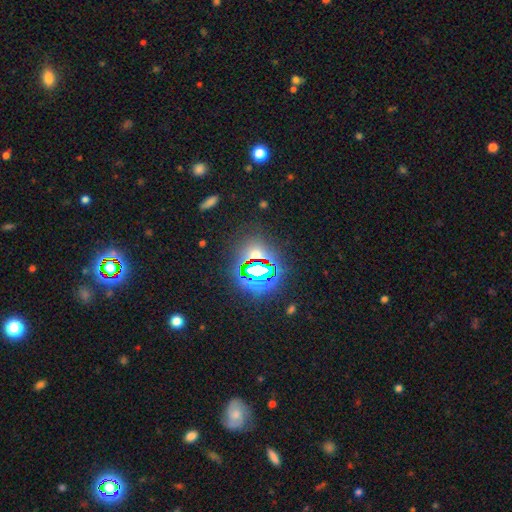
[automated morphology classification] Smooth or featured: star or artifact — 68% (smooth — 22%)